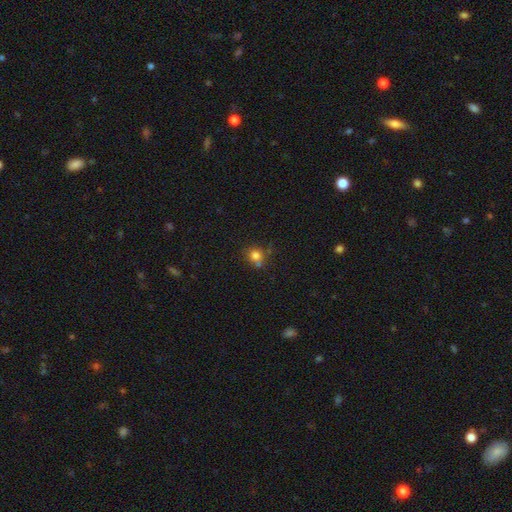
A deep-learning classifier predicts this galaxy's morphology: The model was most divided on "merging": none: 61%, merger: 21%, minor disturbance: 13%, major disturbance: 4%. More confident: how rounded — round (85%); smooth or featured — smooth (78%).